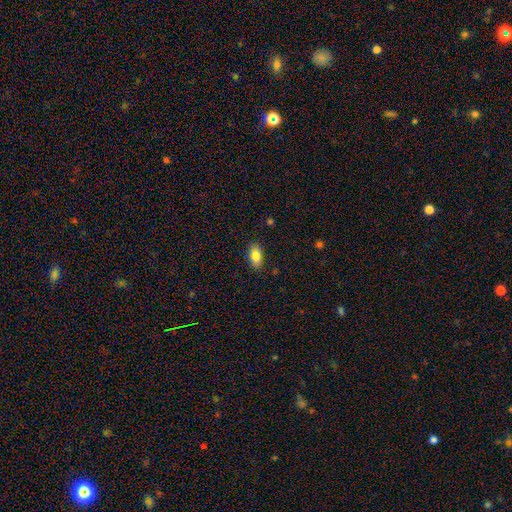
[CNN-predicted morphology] Q: Smooth or featured?
A: smooth (83%); runner-up: featured or disk (9%)
Q: How rounded?
A: in between (89%); runner-up: cigar-shaped (6%)
Q: Merging?
A: none (84%); runner-up: minor disturbance (12%)